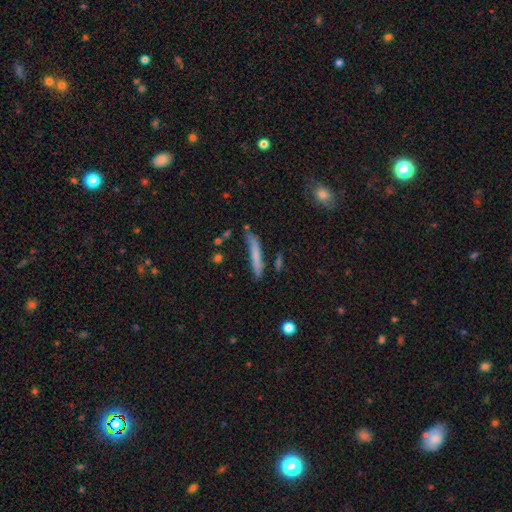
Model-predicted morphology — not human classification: Smooth or featured?
  - smooth: 70% *
  - featured or disk: 23%
  - star or artifact: 7%
How rounded?
  - cigar-shaped: 94% *
  - in between: 5%
  - round: 2%
Merging?
  - none: 68% *
  - minor disturbance: 20%
  - merger: 6%
  - major disturbance: 5%